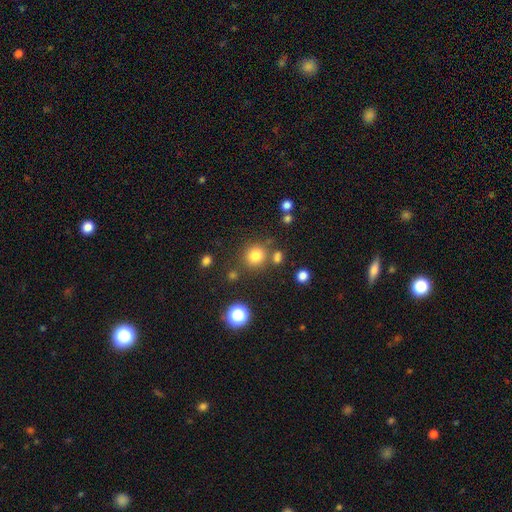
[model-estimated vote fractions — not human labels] smooth-or-featured: smooth: 79% | star or artifact: 15% | featured or disk: 6%
  how-rounded: round: 88% | in between: 12% | cigar-shaped: 1%
  merging: none: 77% | minor disturbance: 9% | merger: 9% | major disturbance: 4%